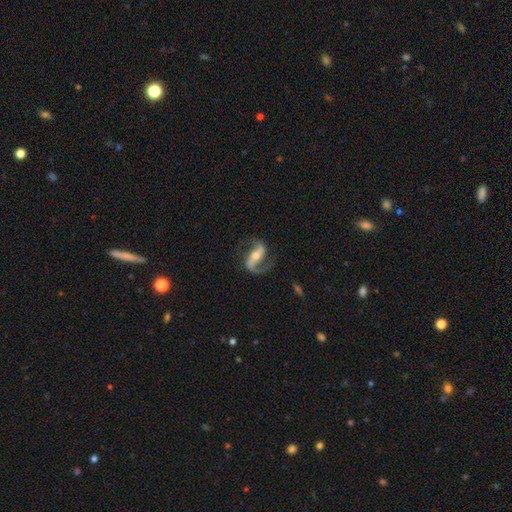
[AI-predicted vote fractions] Overall: featured or disk (89%). Edge-on disk: no (96%). Bar: strong (50%; weak 28%). Spiral arms: yes (96%). Spiral arm count: 2 (88%). Spiral winding: loose (50%; medium 40%). Bulge size: moderate (58%; small 35%). Merging: none (75%).